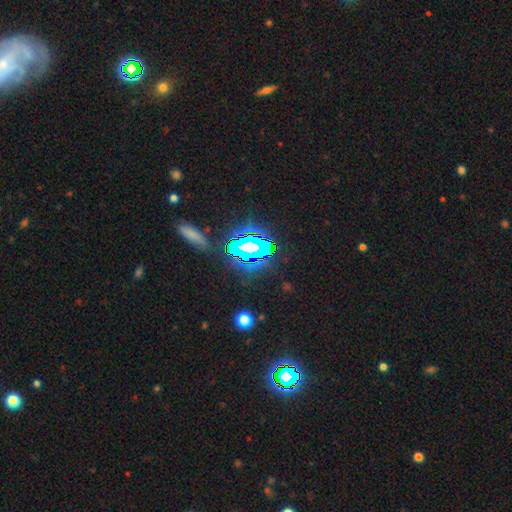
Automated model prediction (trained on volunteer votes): A star or artifact, not a galaxy (67%).

Vote fractions:
- Smooth or featured? star or artifact: 67% / smooth: 18% / featured or disk: 15%